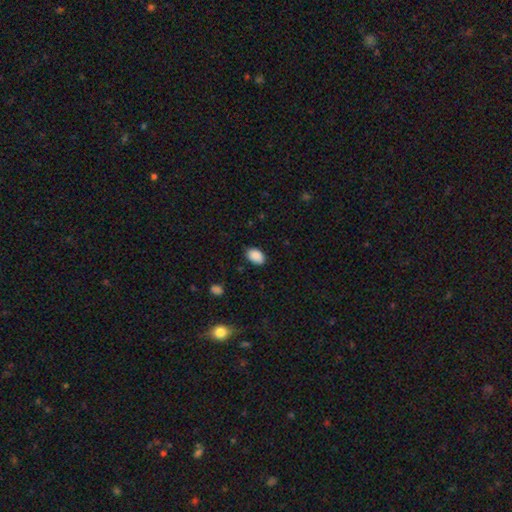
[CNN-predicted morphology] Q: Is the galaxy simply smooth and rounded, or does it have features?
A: smooth — 90%.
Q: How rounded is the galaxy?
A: in between — 88%.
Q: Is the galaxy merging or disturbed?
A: none — 85%.